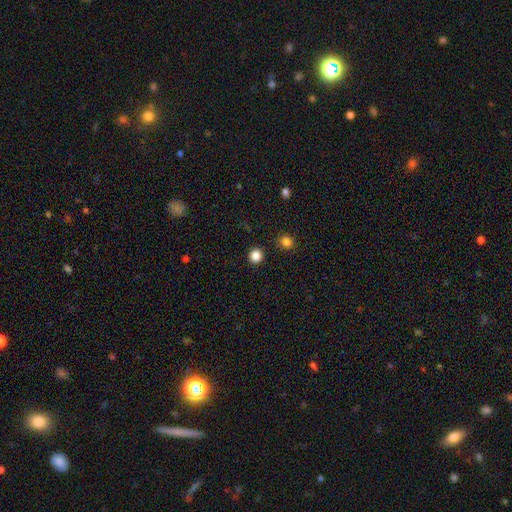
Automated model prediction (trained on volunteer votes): Smooth or featured?
  - smooth: 85% *
  - star or artifact: 12%
  - featured or disk: 3%
How rounded?
  - round: 91% *
  - in between: 8%
  - cigar-shaped: 1%
Merging?
  - none: 92% *
  - minor disturbance: 4%
  - merger: 2%
  - major disturbance: 2%